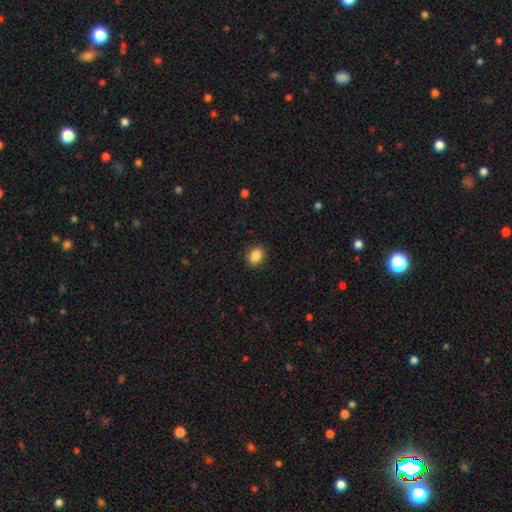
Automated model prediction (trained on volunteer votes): Smooth or featured?
  - smooth: 88% *
  - star or artifact: 9%
  - featured or disk: 3%
How rounded?
  - in between: 57% *
  - round: 42%
  - cigar-shaped: 1%
Merging?
  - none: 90% *
  - minor disturbance: 7%
  - major disturbance: 2%
  - merger: 1%